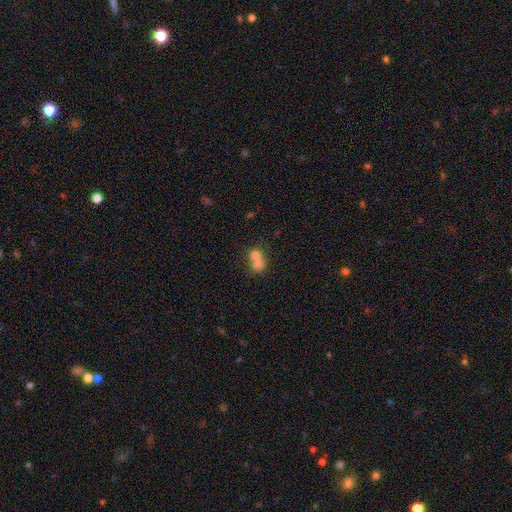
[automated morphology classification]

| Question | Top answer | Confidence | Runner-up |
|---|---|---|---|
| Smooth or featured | smooth | 72% | featured or disk (18%) |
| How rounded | round | 69% | in between (30%) |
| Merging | merger | 68% | none (23%) |